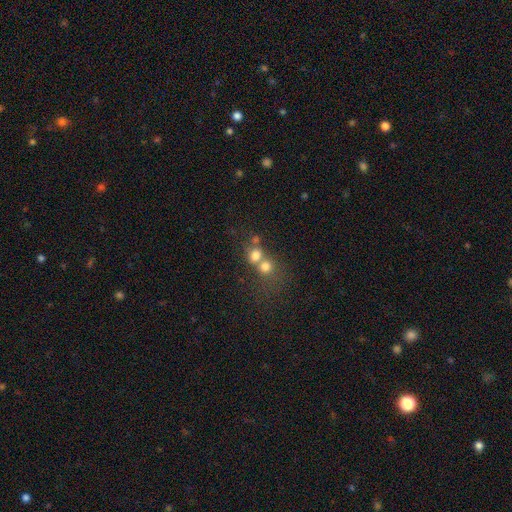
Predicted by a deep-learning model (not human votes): This appears to be a smooth galaxy with no disk features (72%) that is round (74%). Merging: merger (59%).